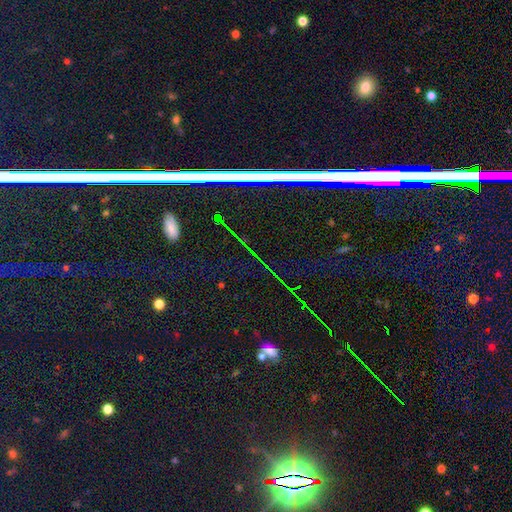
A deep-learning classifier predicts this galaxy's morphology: Q: Smooth or featured?
A: star or artifact (83%); runner-up: featured or disk (8%)